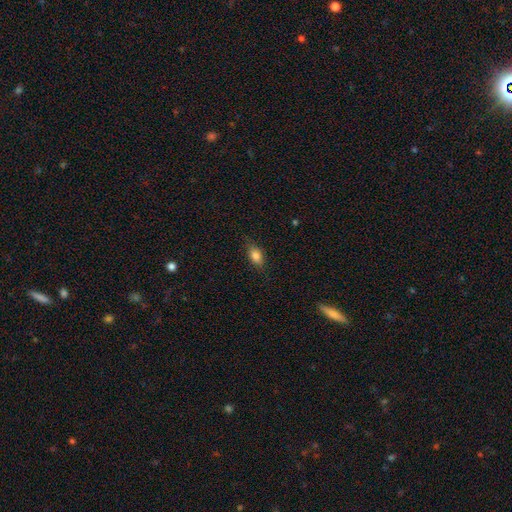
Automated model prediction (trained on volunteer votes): A smooth galaxy with no disk features (80%) that is in between round and cigar-shaped (82%).

Vote fractions:
- Smooth or featured? smooth: 80% / featured or disk: 11% / star or artifact: 9%
- How rounded? in between: 82% / round: 10% / cigar-shaped: 8%
- Merging? none: 79% / minor disturbance: 16% / major disturbance: 4% / merger: 1%